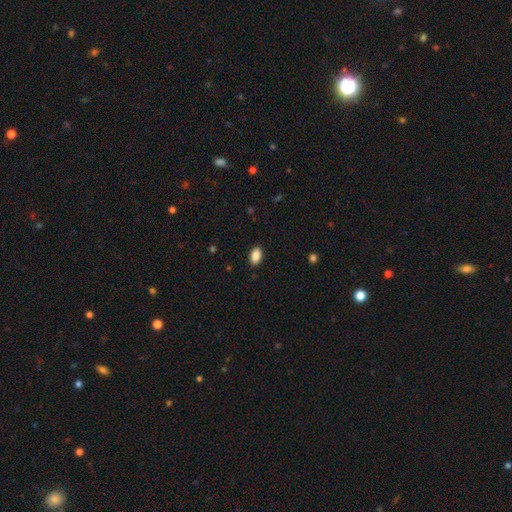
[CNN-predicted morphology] smooth-or-featured: smooth: 89% | star or artifact: 8% | featured or disk: 4%
  how-rounded: in between: 92% | round: 6% | cigar-shaped: 2%
  merging: none: 89% | minor disturbance: 8% | major disturbance: 2% | merger: 1%